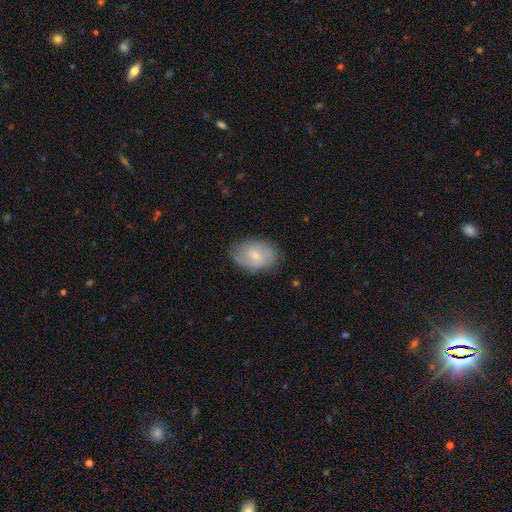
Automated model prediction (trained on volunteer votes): Overall: featured or disk (48%; smooth 45%). Merging: none (76%).